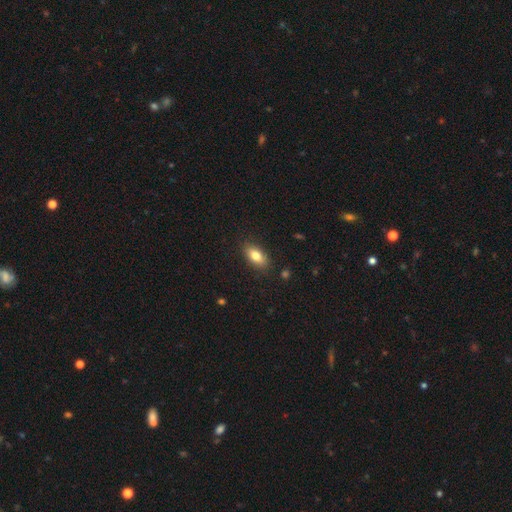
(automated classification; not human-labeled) smooth_or_featured: smooth (p=0.79) [alt: featured or disk p=0.13]
how_rounded: in between (p=0.88) [alt: cigar-shaped p=0.06]
merging: none (p=0.86) [alt: minor disturbance p=0.11]